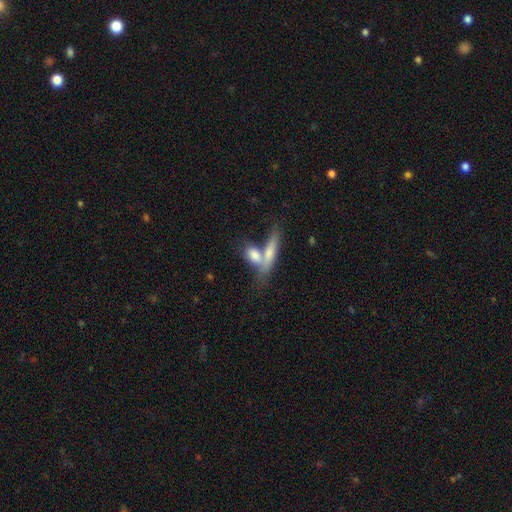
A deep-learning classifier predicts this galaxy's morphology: The model was most divided on "how rounded": in between: 54%, cigar-shaped: 36%, round: 10%. More confident: smooth or featured — smooth (71%); merging — merger (52%).